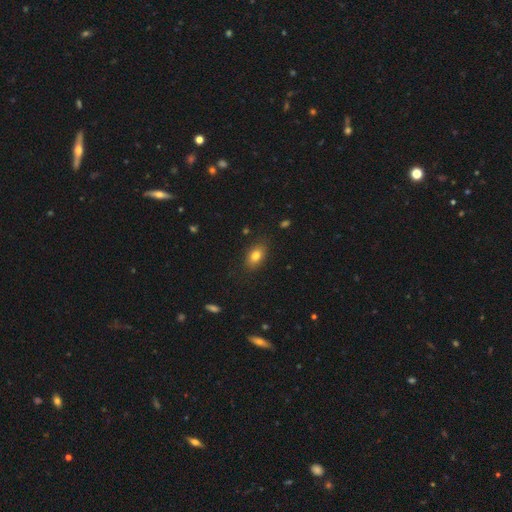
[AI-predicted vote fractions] Overall: smooth (80%). How rounded: in between (82%). Merging: none (85%).